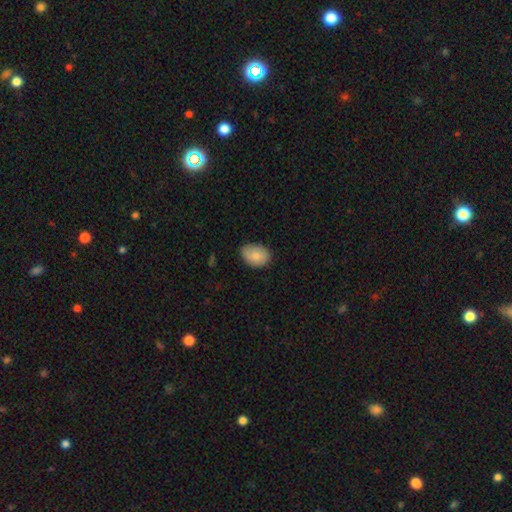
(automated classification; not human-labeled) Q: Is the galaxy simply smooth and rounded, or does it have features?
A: smooth — 82%.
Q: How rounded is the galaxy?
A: in between — 77%.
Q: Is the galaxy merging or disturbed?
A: none — 74%.